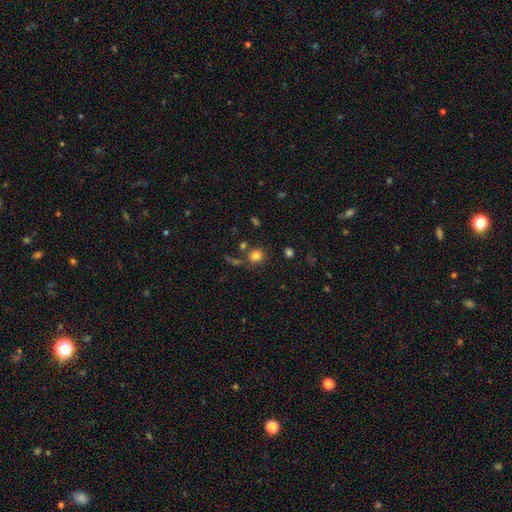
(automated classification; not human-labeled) Smooth or featured?
  - smooth: 81% *
  - star or artifact: 13%
  - featured or disk: 6%
How rounded?
  - round: 86% *
  - in between: 13%
  - cigar-shaped: 1%
Merging?
  - none: 77% *
  - minor disturbance: 9%
  - merger: 9%
  - major disturbance: 4%